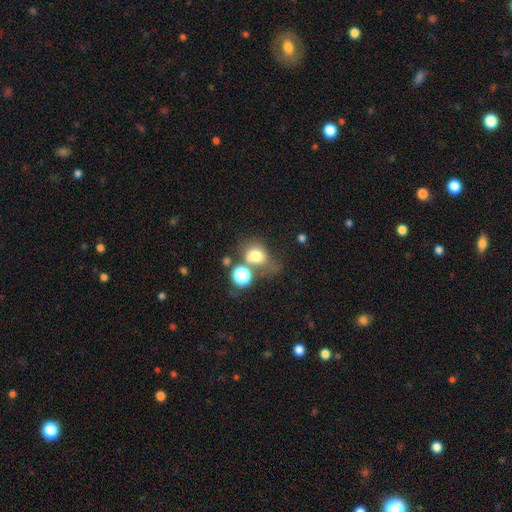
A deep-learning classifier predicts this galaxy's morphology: This is likely a smooth galaxy (70%). How rounded: possibly round (53%). Merging: marginally none (38%).